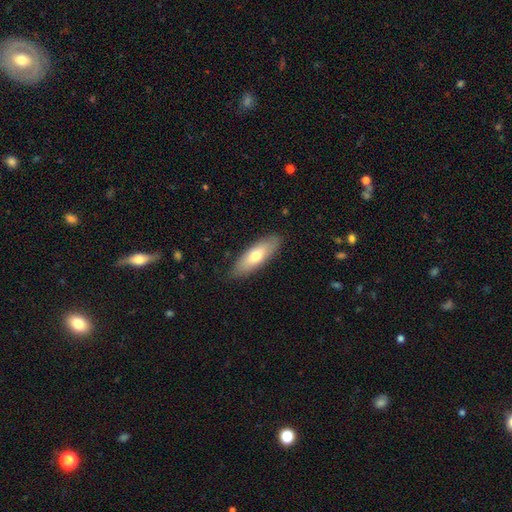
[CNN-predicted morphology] smooth 67%, featured or disk 28%, star or artifact 6%. Down the decision tree: how rounded — in between (58%); merging — none (85%).